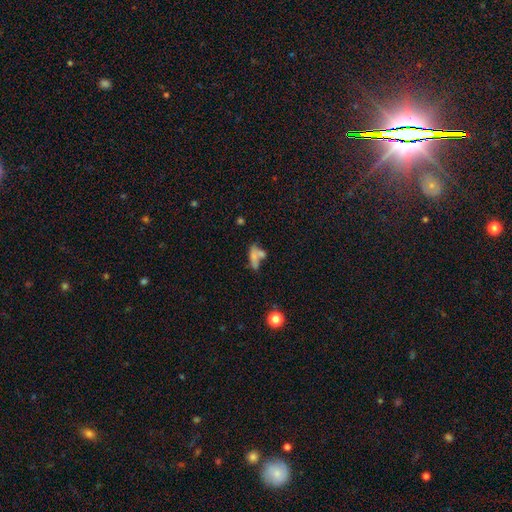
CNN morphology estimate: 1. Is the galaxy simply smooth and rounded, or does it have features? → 61% smooth, 25% featured or disk, 14% star or artifact.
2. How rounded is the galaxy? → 60% in between, 32% cigar-shaped, 8% round.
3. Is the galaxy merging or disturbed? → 48% merger, 27% none, 13% major disturbance, 13% minor disturbance.